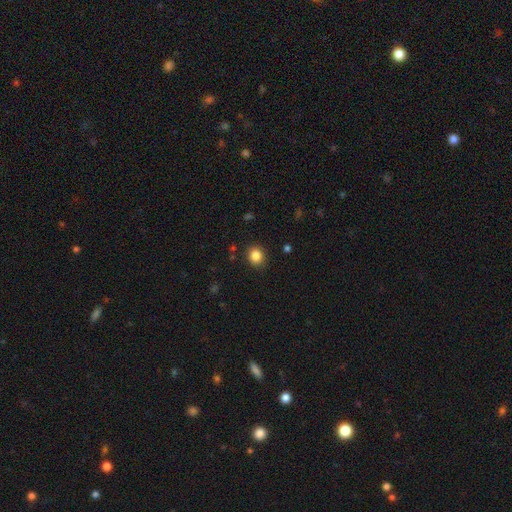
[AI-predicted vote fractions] smooth_or_featured: smooth (p=0.85) [alt: star or artifact p=0.11]
how_rounded: round (p=0.80) [alt: in between p=0.19]
merging: none (p=0.88) [alt: minor disturbance p=0.08]